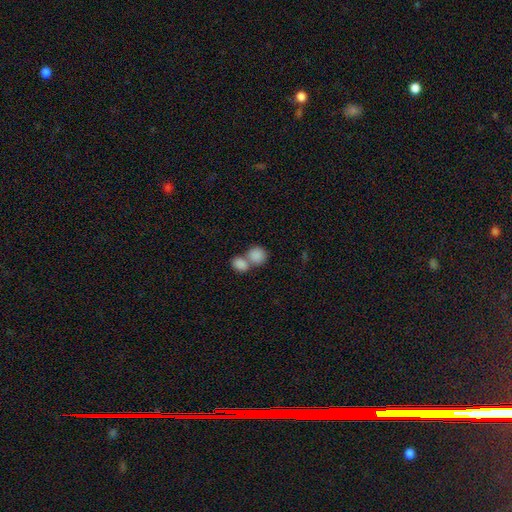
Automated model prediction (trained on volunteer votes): Overall: smooth (85%). How rounded: round (69%; in between 30%). Merging: merger (60%; none 31%).